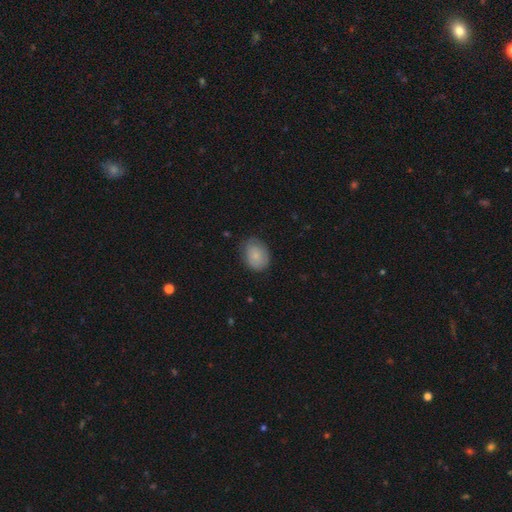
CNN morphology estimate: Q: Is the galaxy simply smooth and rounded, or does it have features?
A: smooth — 79%.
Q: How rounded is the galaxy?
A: in between — 62%.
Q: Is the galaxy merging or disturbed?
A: none — 72%.